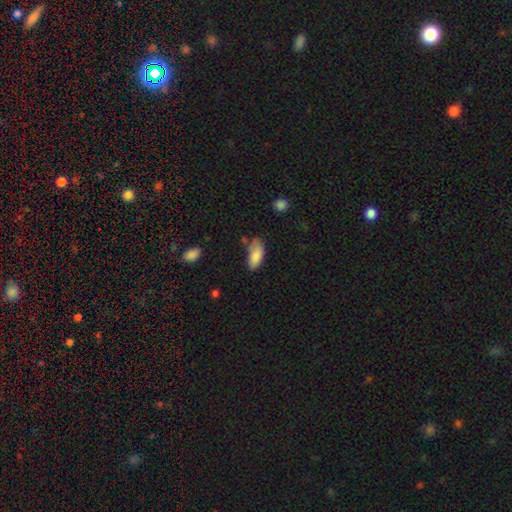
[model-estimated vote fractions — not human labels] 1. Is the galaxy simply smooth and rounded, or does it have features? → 85% smooth, 7% featured or disk, 7% star or artifact.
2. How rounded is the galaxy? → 89% in between, 9% cigar-shaped, 2% round.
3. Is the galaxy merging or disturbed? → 54% none, 31% minor disturbance, 8% major disturbance, 7% merger.